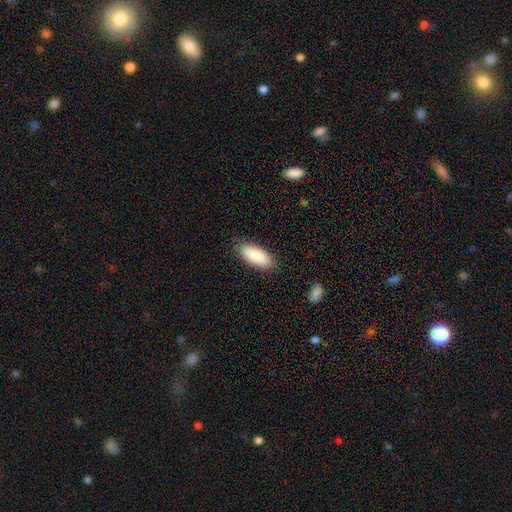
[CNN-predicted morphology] This is clearly a smooth galaxy (89%). How rounded: clearly in between (82%). Merging: clearly none (87%).